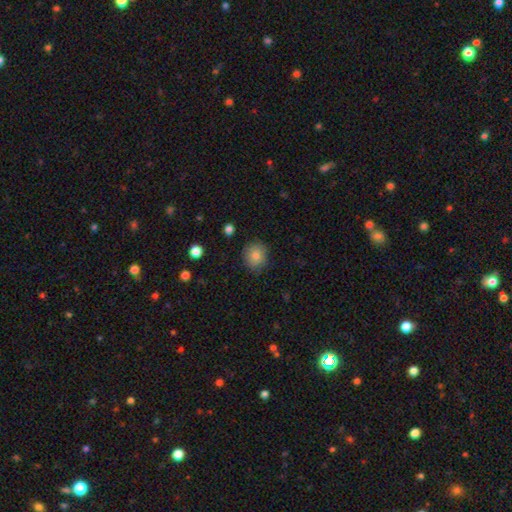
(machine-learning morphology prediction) type=smooth (84%); roundness=round (82%); merging=none (85%).